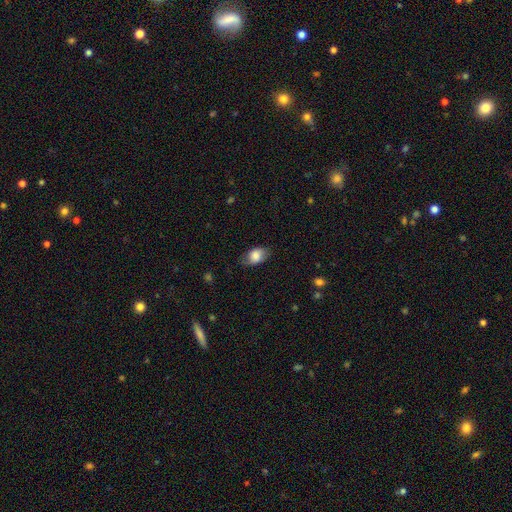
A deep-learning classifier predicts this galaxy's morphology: smooth 78%, featured or disk 14%, star or artifact 7%. Down the decision tree: how rounded — in between (86%); merging — none (72%).